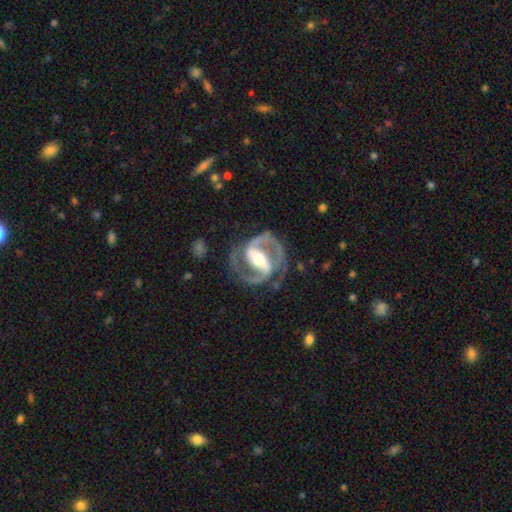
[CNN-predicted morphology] Overall: featured or disk (91%). Edge-on disk: no (97%). Bar: strong (70%). Spiral arms: yes (96%). Spiral arm count: 2 (93%). Spiral winding: medium (55%; tight 35%). Bulge size: moderate (63%). Merging: none (79%).